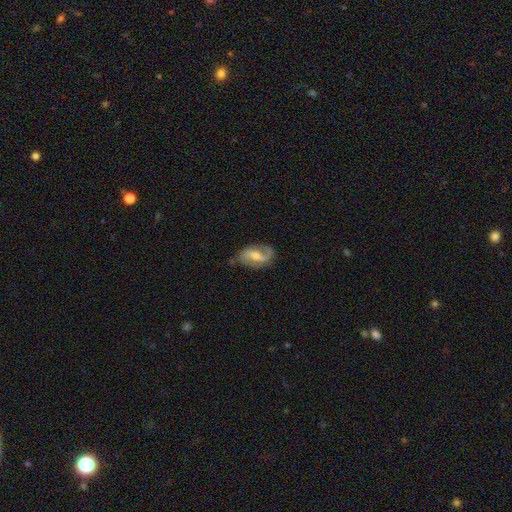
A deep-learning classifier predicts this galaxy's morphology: The model was most divided on "spiral winding": medium: 44%, loose: 39%, tight: 17%. Remaining: edge-on disk — no (96%); spiral arms — yes (92%); spiral arm count — 2 (78%); smooth or featured — featured or disk (76%); merging — none (66%); bulge size — moderate (56%); bar — weak (50%).